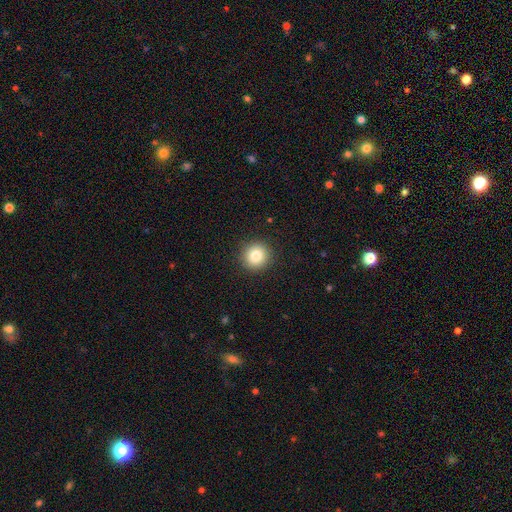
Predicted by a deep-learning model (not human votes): smooth 83%, star or artifact 10%, featured or disk 7%. Down the decision tree: how rounded — round (92%); merging — none (92%).